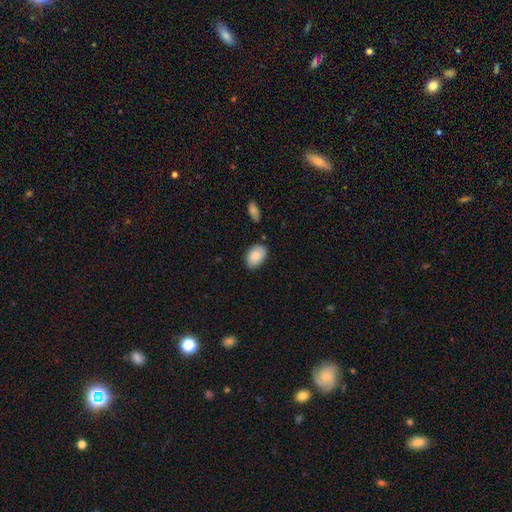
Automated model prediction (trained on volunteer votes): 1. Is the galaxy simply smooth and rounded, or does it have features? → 84% smooth, 9% featured or disk, 6% star or artifact.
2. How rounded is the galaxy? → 89% in between, 10% round, 1% cigar-shaped.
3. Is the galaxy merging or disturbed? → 79% none, 16% minor disturbance, 3% merger, 3% major disturbance.